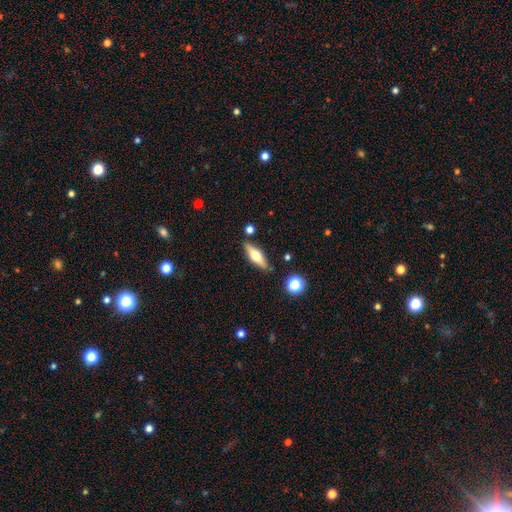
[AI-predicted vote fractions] This is possibly a featured or disk galaxy (48%). Merging: clearly none (85%).